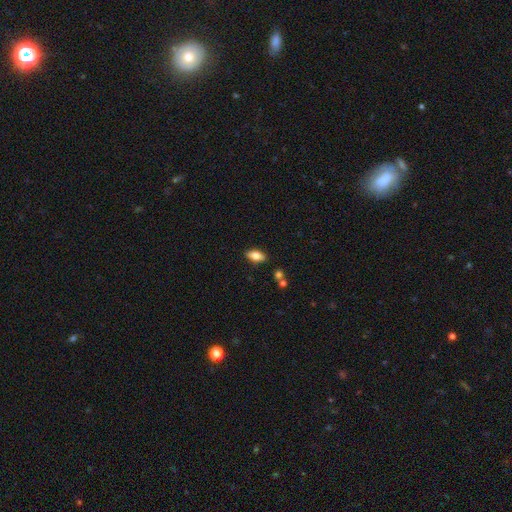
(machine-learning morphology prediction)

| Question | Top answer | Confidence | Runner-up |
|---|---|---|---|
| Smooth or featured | smooth | 79% | featured or disk (14%) |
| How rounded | in between | 88% | cigar-shaped (9%) |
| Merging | none | 85% | minor disturbance (10%) |